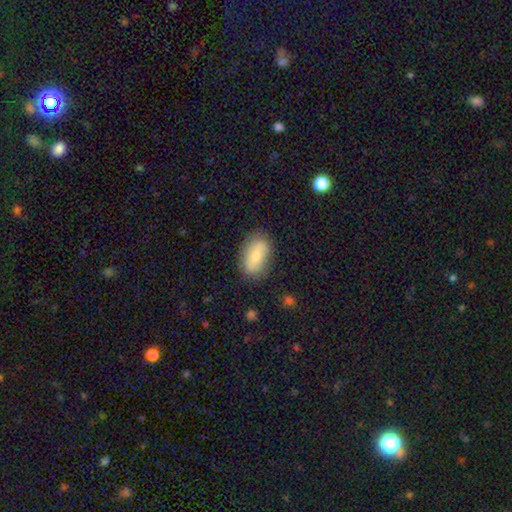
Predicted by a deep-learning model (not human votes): Smooth or featured? smooth (73%)
How rounded? in between (91%)
Merging? none (78%)